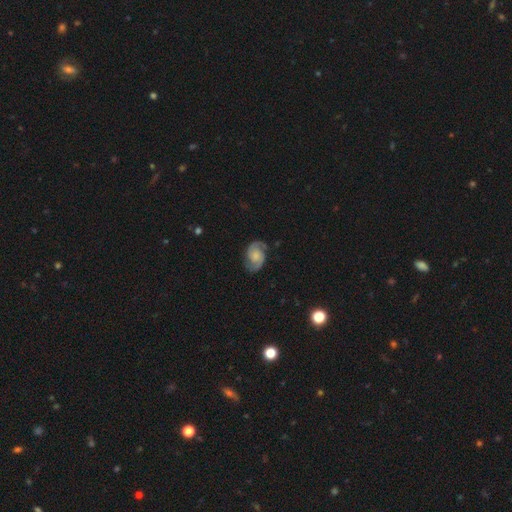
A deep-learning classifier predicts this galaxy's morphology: A featured or disk galaxy (84%) with no bar (65%), 2 (93%) medium (53%) spiral arms (97%) and a small central bulge (36%).

Vote fractions:
- Smooth or featured? featured or disk: 84% / smooth: 10% / star or artifact: 6%
- Edge-on disk? no: 98% / yes: 2%
- Bar? no: 65% / weak: 30% / strong: 5%
- Spiral arms? yes: 97% / no: 3%
- Spiral winding? medium: 53% / tight: 30% / loose: 17%
- Spiral arm count? 2: 93% / can't tell: 3% / 1: 1% / 3: 1% / 4: 1% / more than 4: 1%
- Bulge size? small: 36% / moderate: 34% / none: 20% / large: 9% / dominant: 2%
- Merging? none: 81% / minor disturbance: 14% / major disturbance: 4% / merger: 1%